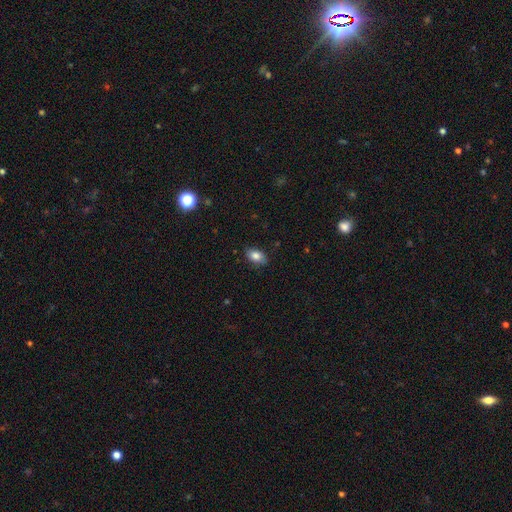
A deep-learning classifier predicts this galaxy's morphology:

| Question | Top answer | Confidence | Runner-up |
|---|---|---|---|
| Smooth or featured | smooth | 84% | star or artifact (8%) |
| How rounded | in between | 90% | round (8%) |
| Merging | none | 84% | minor disturbance (12%) |